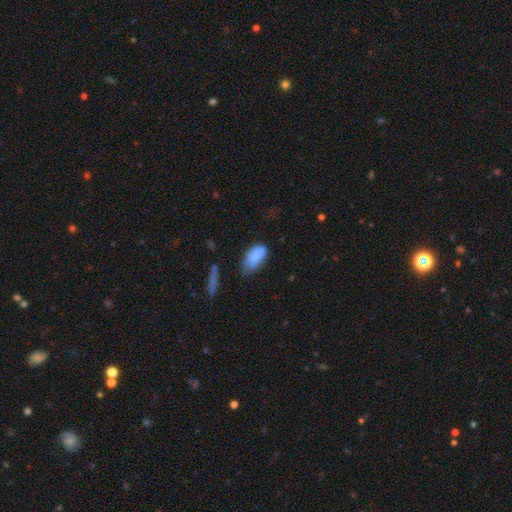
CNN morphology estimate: This appears to be a smooth galaxy with no disk features (82%) that is in between round and cigar-shaped (93%). Merging: none (42%).